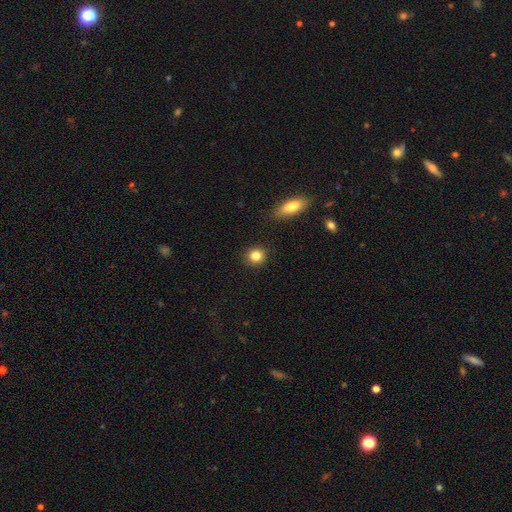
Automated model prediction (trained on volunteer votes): The model was most divided on "smooth or featured": smooth: 84%, star or artifact: 10%, featured or disk: 6%. More confident: merging — none (90%); how rounded — round (88%).